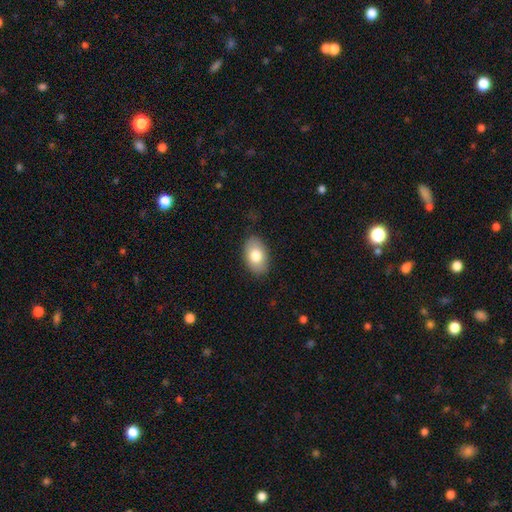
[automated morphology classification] A smooth galaxy with no disk features (78%) that is in between round and cigar-shaped (90%). Merging: none (85%).